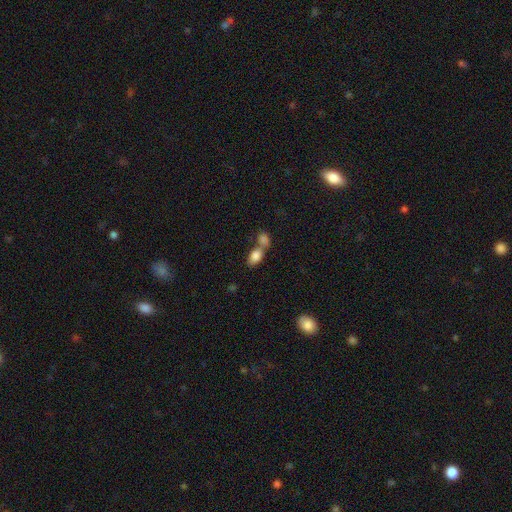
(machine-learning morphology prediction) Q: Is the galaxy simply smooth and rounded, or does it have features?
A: smooth — 83%.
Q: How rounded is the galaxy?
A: in between — 86%.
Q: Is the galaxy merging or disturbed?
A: merger — 59%.